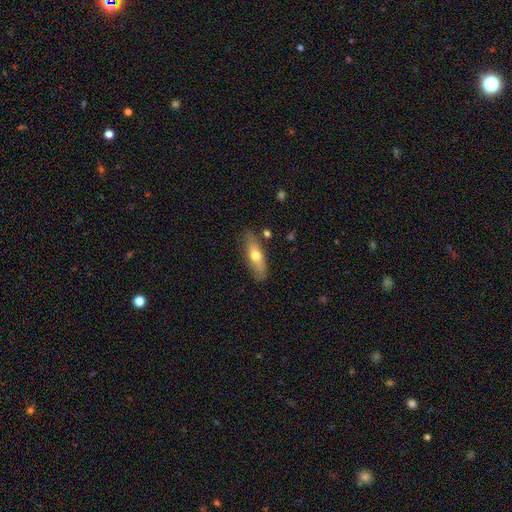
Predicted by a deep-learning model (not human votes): Smooth or featured: smooth — 61% (featured or disk — 33%)
How rounded: in between — 59% (cigar-shaped — 38%)
Merging: none — 79% (minor disturbance — 14%)